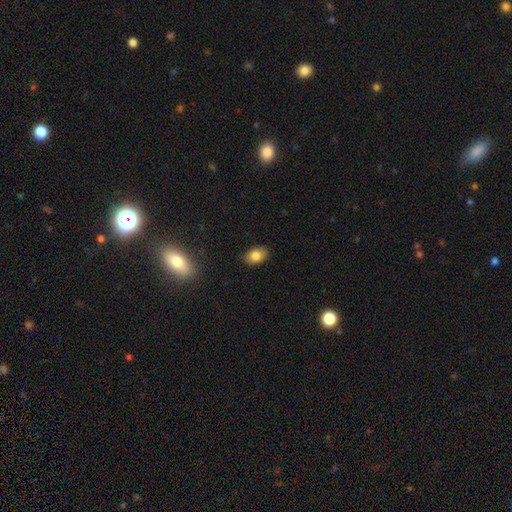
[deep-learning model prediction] Q: Smooth or featured?
A: smooth (82%); runner-up: star or artifact (9%)
Q: How rounded?
A: in between (82%); runner-up: round (17%)
Q: Merging?
A: none (87%); runner-up: minor disturbance (10%)